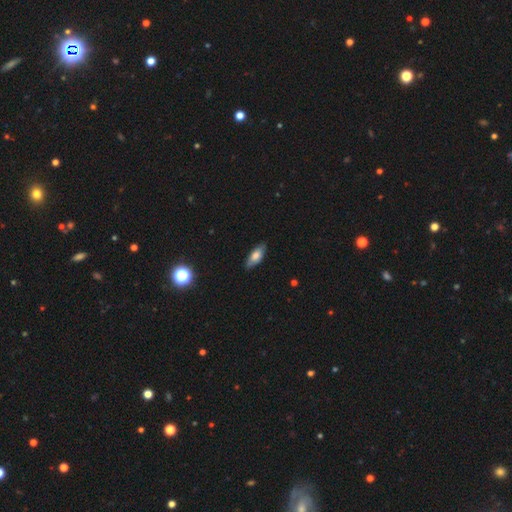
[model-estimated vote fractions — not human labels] A smooth galaxy with no disk features (68%) that is in between round and cigar-shaped (76%).

Vote fractions:
- Smooth or featured? smooth: 68% / featured or disk: 24% / star or artifact: 7%
- How rounded? in between: 76% / cigar-shaped: 21% / round: 3%
- Merging? none: 84% / minor disturbance: 13% / major disturbance: 2% / merger: 1%